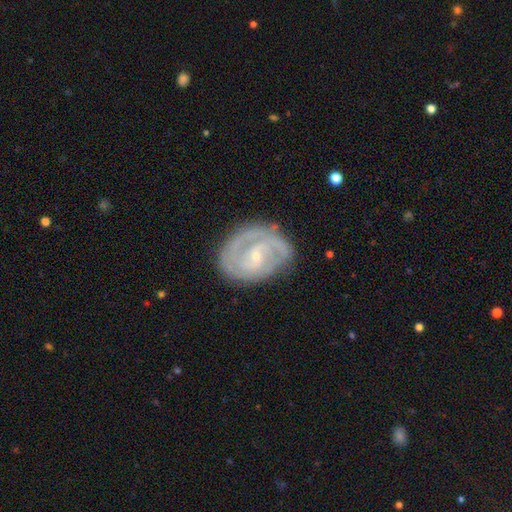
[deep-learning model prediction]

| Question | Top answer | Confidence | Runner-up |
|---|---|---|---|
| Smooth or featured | featured or disk | 83% | smooth (11%) |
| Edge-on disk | no | 97% | yes (3%) |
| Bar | weak | 48% | no (40%) |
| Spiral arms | yes | 93% | no (7%) |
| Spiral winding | tight | 61% | medium (31%) |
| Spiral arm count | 2 | 54% | can't tell (21%) |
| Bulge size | small | 67% | moderate (25%) |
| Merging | none | 72% | minor disturbance (19%) |